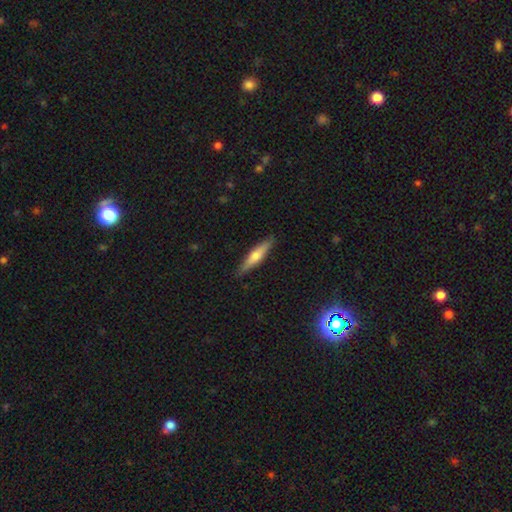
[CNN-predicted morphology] Smooth or featured?
  - smooth: 49% *
  - featured or disk: 45%
  - star or artifact: 6%
Merging?
  - none: 89% *
  - minor disturbance: 8%
  - major disturbance: 2%
  - merger: 1%